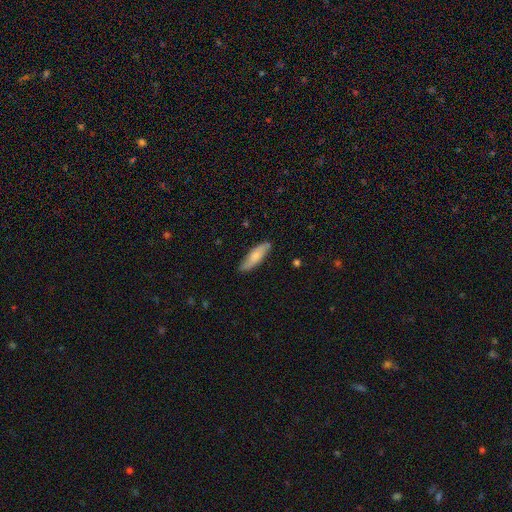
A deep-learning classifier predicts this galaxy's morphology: smooth 71%, featured or disk 24%, star or artifact 6%. Down the decision tree: how rounded — cigar-shaped (50%); merging — none (82%).